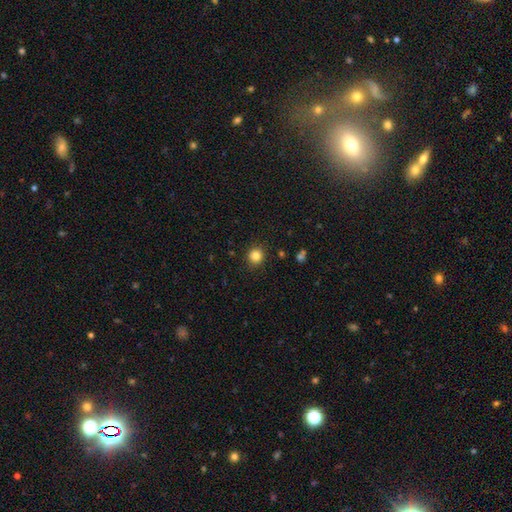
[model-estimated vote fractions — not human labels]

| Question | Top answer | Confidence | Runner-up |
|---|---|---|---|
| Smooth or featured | smooth | 83% | star or artifact (12%) |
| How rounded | round | 91% | in between (9%) |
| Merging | none | 91% | minor disturbance (6%) |